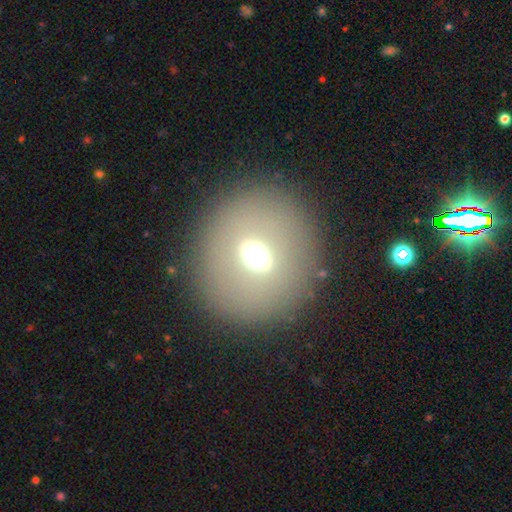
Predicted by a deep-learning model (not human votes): The model was most divided on "smooth or featured": smooth: 50%, featured or disk: 34%, star or artifact: 16%. More confident: merging — none (85%); how rounded — round (84%).